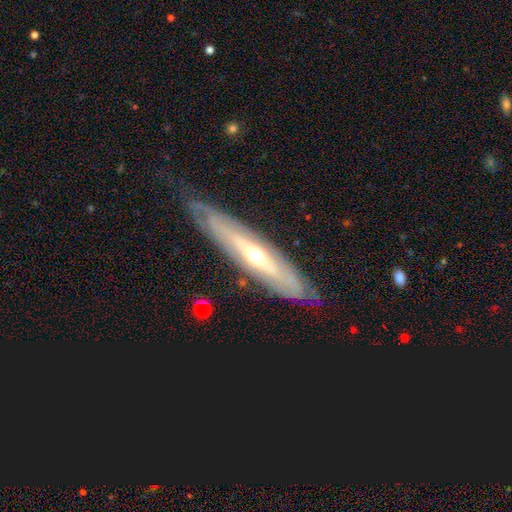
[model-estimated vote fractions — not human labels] The model was most divided on "edge-on disk" (2-way tie): no: 50%, yes: 50%. More confident: merging — none (80%); smooth or featured — featured or disk (77%).